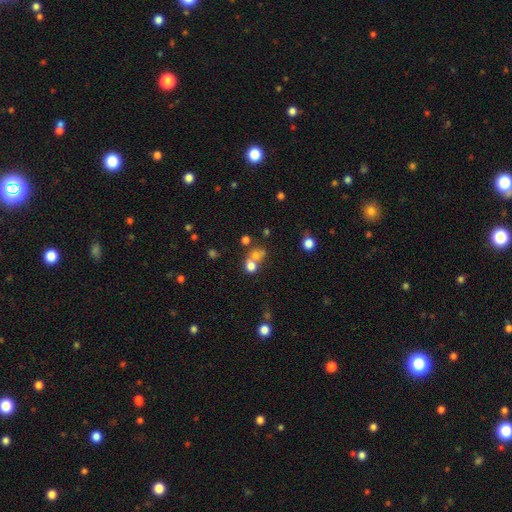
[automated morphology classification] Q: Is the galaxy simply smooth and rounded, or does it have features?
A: smooth — 67%.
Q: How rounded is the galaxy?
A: round — 74%.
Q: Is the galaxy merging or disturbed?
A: merger — 50%.